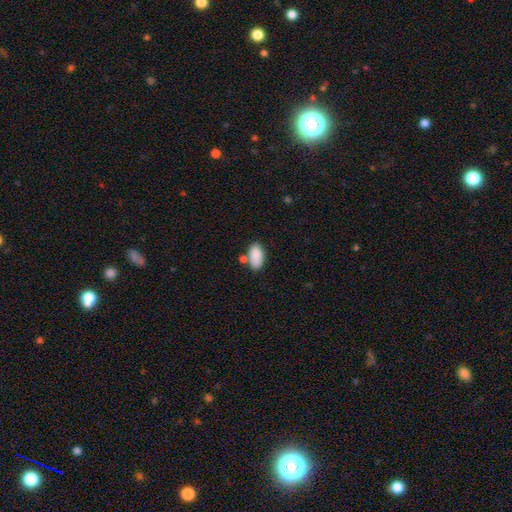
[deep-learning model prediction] Smooth or featured? Predicted: smooth (p=0.87). How rounded? Predicted: in between (p=0.94). Merging? Predicted: none (p=0.64).